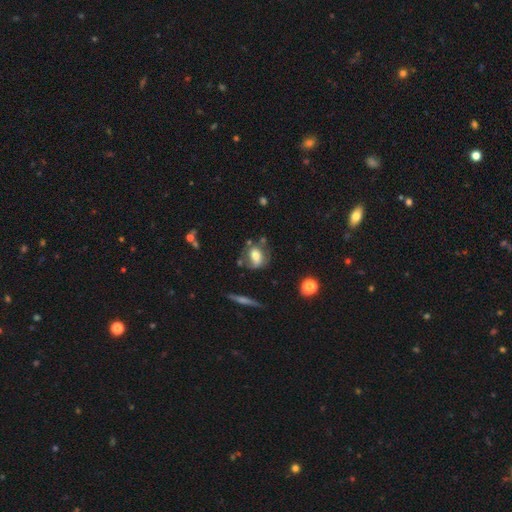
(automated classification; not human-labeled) Smooth or featured? Predicted: smooth (p=0.63). How rounded? Predicted: in between (p=0.65). Merging? Predicted: none (p=0.55).